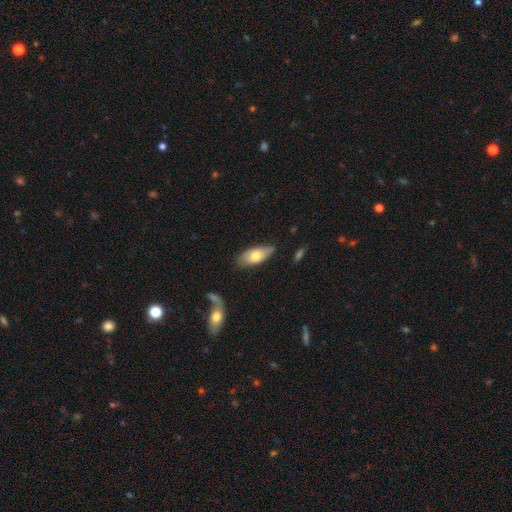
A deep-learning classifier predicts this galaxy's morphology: type=smooth (71%); roundness=in between (84%); merging=none (74%).